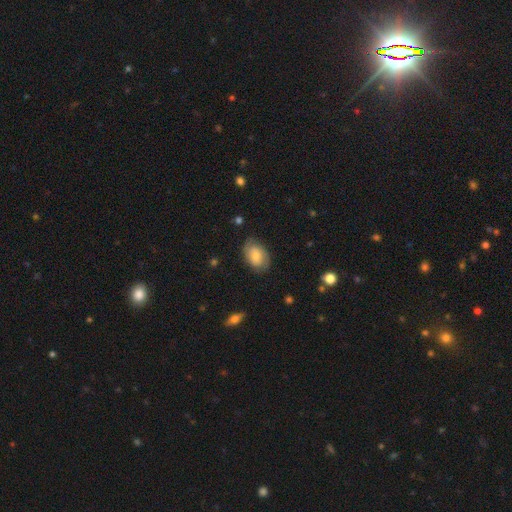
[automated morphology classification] The model was most divided on "smooth or featured": smooth: 61%, featured or disk: 32%, star or artifact: 7%. More confident: how rounded — in between (85%); merging — none (74%).